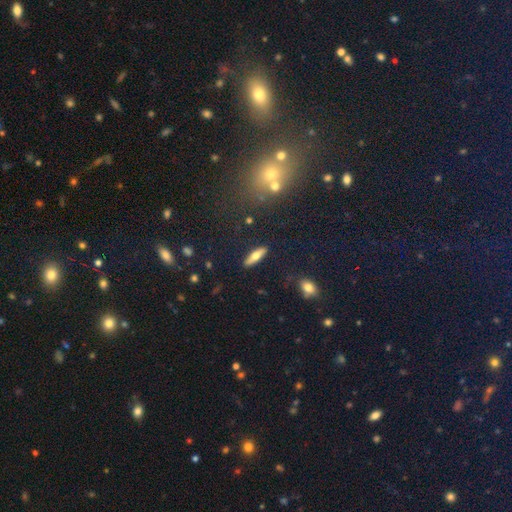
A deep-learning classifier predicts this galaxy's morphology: Overall: smooth (58%; featured or disk 34%). How rounded: cigar-shaped (60%; in between 36%). Merging: none (89%).